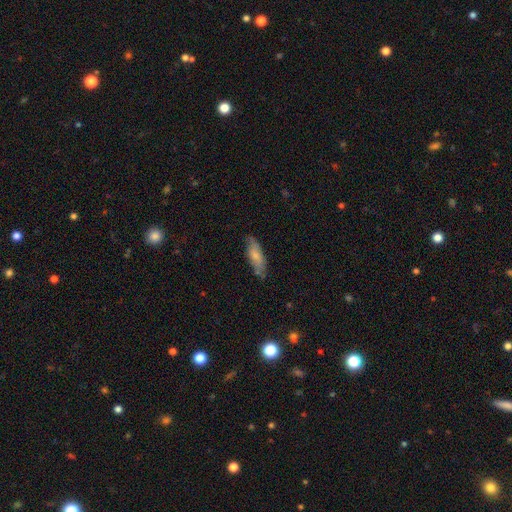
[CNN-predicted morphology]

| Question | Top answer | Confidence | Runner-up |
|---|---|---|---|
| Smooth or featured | smooth | 71% | featured or disk (23%) |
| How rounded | in between | 63% | cigar-shaped (35%) |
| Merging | none | 70% | minor disturbance (23%) |